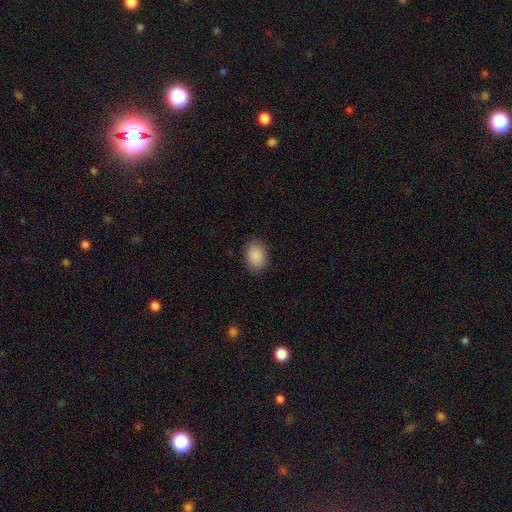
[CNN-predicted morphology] Smooth or featured? Predicted: smooth (p=0.89). How rounded? Predicted: in between (p=0.76). Merging? Predicted: none (p=0.87).